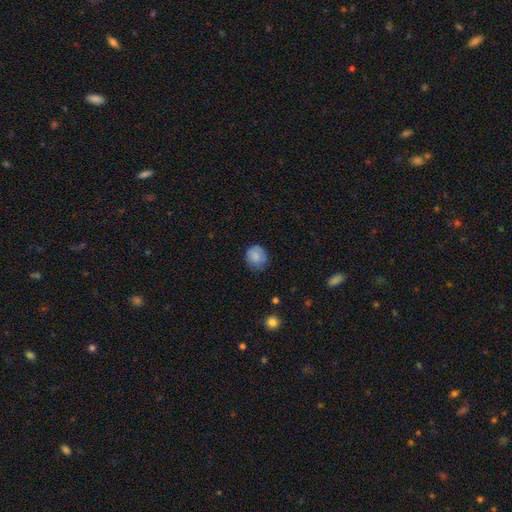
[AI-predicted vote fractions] smooth-or-featured: smooth: 83% | featured or disk: 9% | star or artifact: 8%
  how-rounded: round: 82% | in between: 17% | cigar-shaped: 1%
  merging: none: 72% | minor disturbance: 22% | major disturbance: 4% | merger: 1%